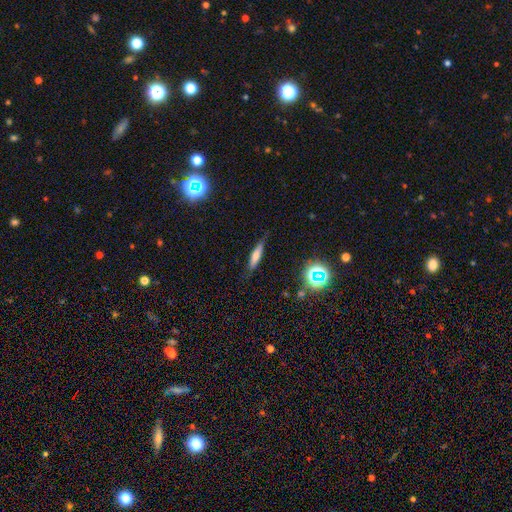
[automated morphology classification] smooth-or-featured: smooth: 56% | featured or disk: 32% | star or artifact: 12%
  how-rounded: cigar-shaped: 79% | in between: 19% | round: 3%
  merging: none: 79% | minor disturbance: 16% | major disturbance: 4% | merger: 2%